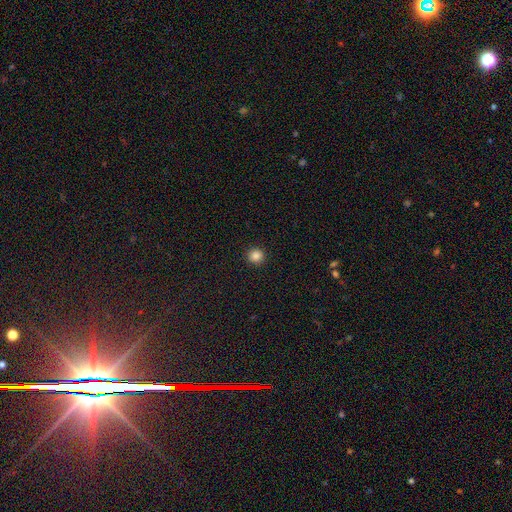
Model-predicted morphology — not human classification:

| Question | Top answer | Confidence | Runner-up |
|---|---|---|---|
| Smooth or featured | smooth | 85% | star or artifact (11%) |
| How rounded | round | 94% | in between (5%) |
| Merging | none | 93% | minor disturbance (4%) |